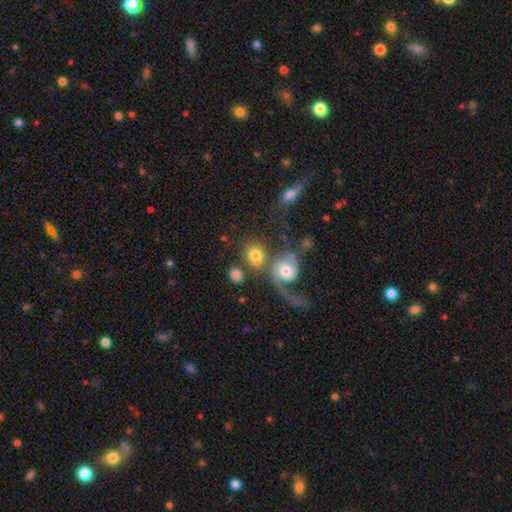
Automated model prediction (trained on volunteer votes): This is likely a smooth galaxy (62%). How rounded: likely round (73%). Merging: marginally merger (41%).